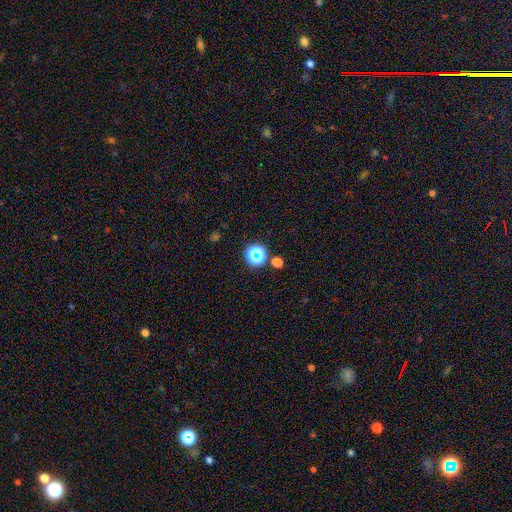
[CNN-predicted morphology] Smooth or featured?
  - star or artifact: 51% *
  - smooth: 40%
  - featured or disk: 9%